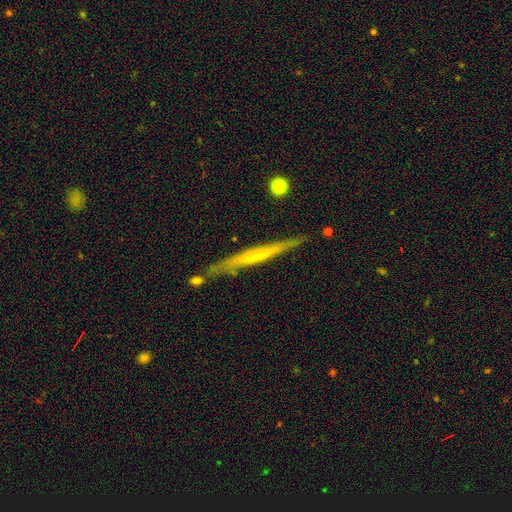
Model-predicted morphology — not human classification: Overall: featured or disk (63%; smooth 31%). Edge-on disk: yes (95%). Edge-on bulge: none (65%; rounded 30%). Merging: none (80%).